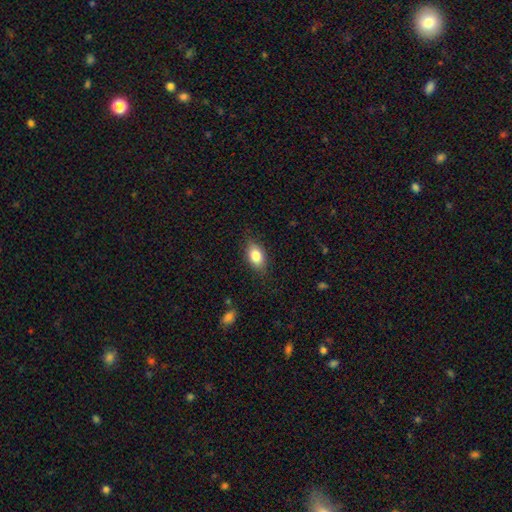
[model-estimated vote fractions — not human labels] This is clearly a smooth galaxy (82%). How rounded: clearly in between (85%). Merging: clearly none (83%).